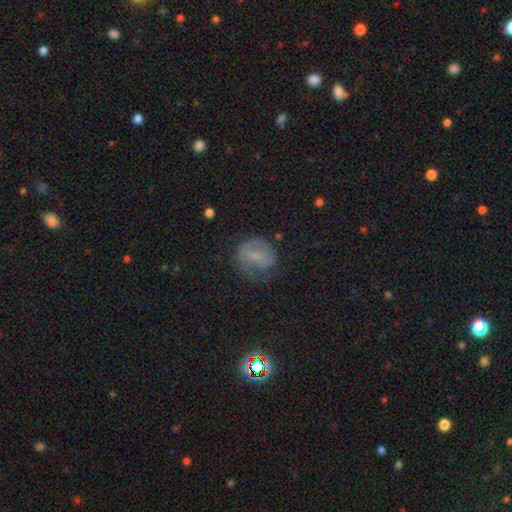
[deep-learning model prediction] Overall: smooth (49%; featured or disk 36%). Merging: none (61%; minor disturbance 23%).